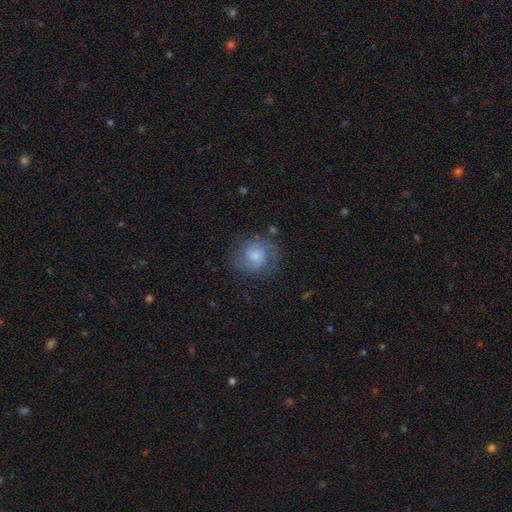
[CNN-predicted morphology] Smooth or featured?
  - featured or disk: 65% *
  - smooth: 28%
  - star or artifact: 8%
Edge-on disk?
  - no: 98% *
  - yes: 2%
Bar?
  - no: 61% *
  - weak: 34%
  - strong: 5%
Spiral arms?
  - yes: 90% *
  - no: 10%
Spiral winding?
  - medium: 49% *
  - tight: 33%
  - loose: 19%
Spiral arm count?
  - 2: 71% *
  - can't tell: 15%
  - 3: 7%
  - 1: 4%
  - 4: 2%
  - more than 4: 2%
Bulge size?
  - small: 48% *
  - moderate: 34%
  - none: 10%
  - large: 6%
  - dominant: 2%
Merging?
  - none: 71% *
  - minor disturbance: 18%
  - major disturbance: 10%
  - merger: 2%